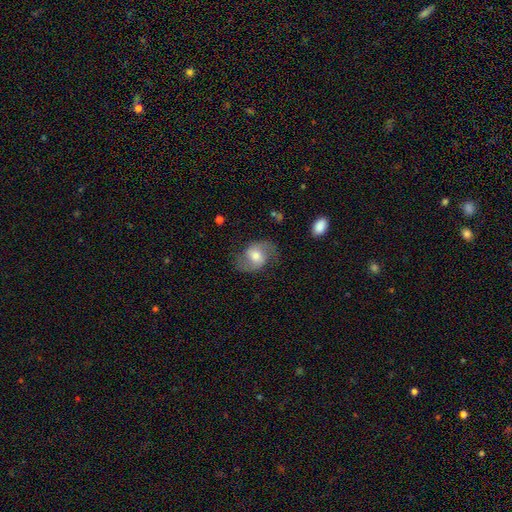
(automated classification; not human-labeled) Q: Smooth or featured?
A: featured or disk (65%); runner-up: smooth (28%)
Q: Edge-on disk?
A: no (97%); runner-up: yes (3%)
Q: Bar?
A: weak (44%); runner-up: no (42%)
Q: Spiral arms?
A: yes (89%); runner-up: no (11%)
Q: Spiral winding?
A: medium (46%); runner-up: loose (41%)
Q: Spiral arm count?
A: 2 (90%); runner-up: can't tell (5%)
Q: Bulge size?
A: moderate (60%); runner-up: large (18%)
Q: Merging?
A: none (70%); runner-up: minor disturbance (18%)